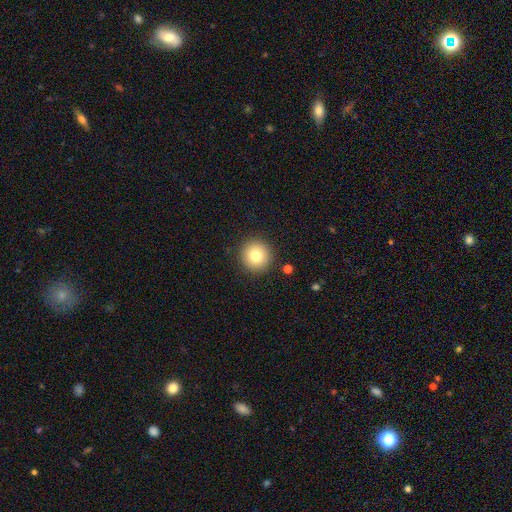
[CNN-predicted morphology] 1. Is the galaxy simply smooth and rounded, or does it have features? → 79% smooth, 11% star or artifact, 10% featured or disk.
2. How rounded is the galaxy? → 95% round, 4% in between, 1% cigar-shaped.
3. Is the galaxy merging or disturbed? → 90% none, 6% minor disturbance, 2% major disturbance, 2% merger.